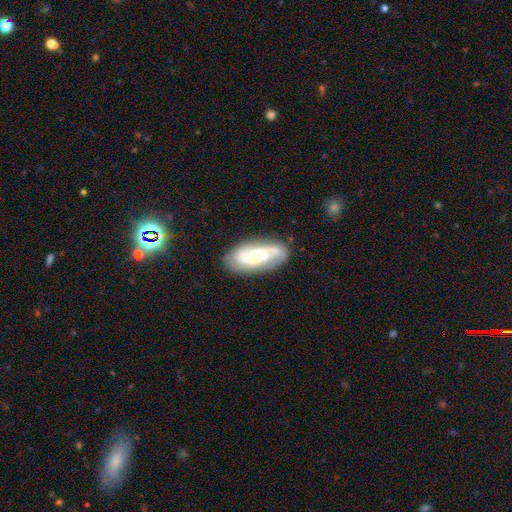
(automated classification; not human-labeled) smooth_or_featured: featured or disk (p=0.76) [alt: smooth p=0.18]
disk_edge_on: no (p=0.94) [alt: yes p=0.06]
bar: no (p=0.59) [alt: weak p=0.33]
has_spiral_arms: yes (p=0.93) [alt: no p=0.07]
spiral_winding: medium (p=0.44) [alt: tight p=0.42]
spiral_arm_count: 2 (p=0.59) [alt: can't tell p=0.17]
bulge_size: moderate (p=0.44) [alt: small p=0.43]
merging: none (p=0.75) [alt: minor disturbance p=0.17]